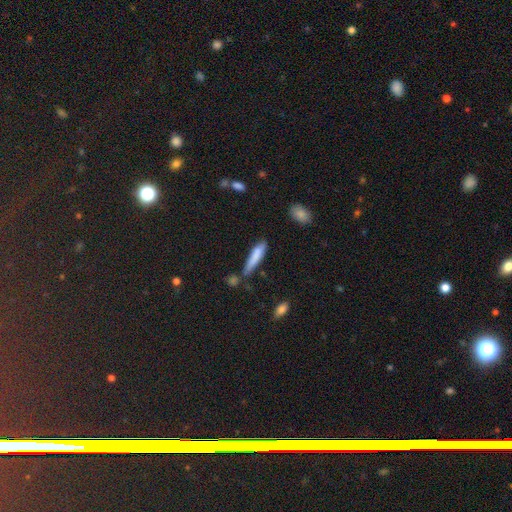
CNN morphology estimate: Smooth or featured? smooth (79%)
How rounded? cigar-shaped (83%)
Merging? none (60%)